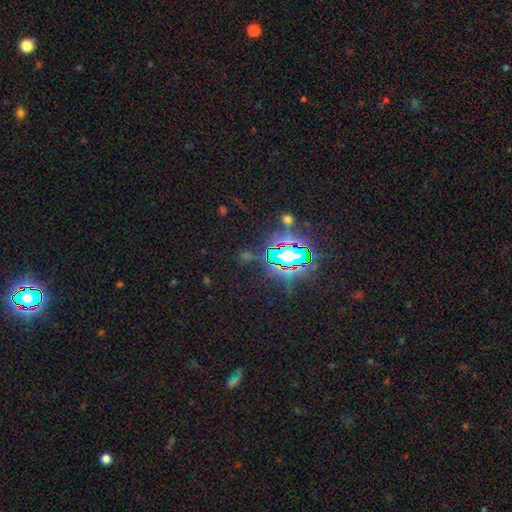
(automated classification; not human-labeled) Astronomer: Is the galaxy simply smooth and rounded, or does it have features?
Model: star or artifact — 81%.